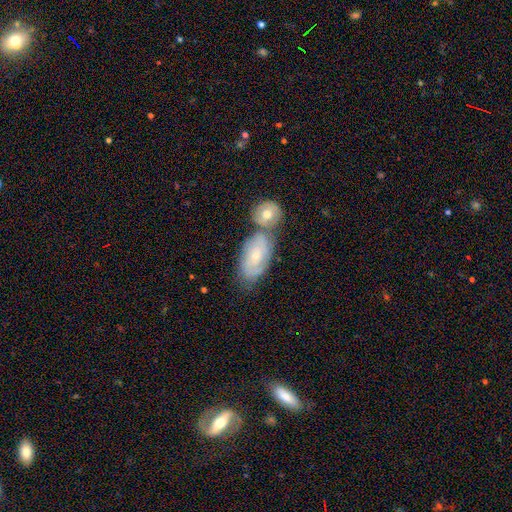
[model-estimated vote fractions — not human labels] smooth_or_featured: featured or disk (p=0.57) [alt: smooth p=0.36]
disk_edge_on: no (p=0.93) [alt: yes p=0.07]
bar: no (p=0.71) [alt: weak p=0.24]
has_spiral_arms: yes (p=0.78) [alt: no p=0.22]
bulge_size: small (p=0.60) [alt: moderate p=0.36]
merging: merger (p=0.40) [tied with: none p=0.40]